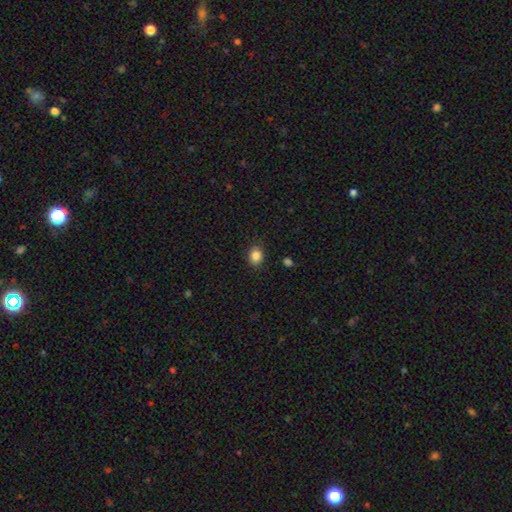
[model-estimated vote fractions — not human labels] A smooth galaxy with no disk features (85%) that is round (50%). Merging: none (87%).